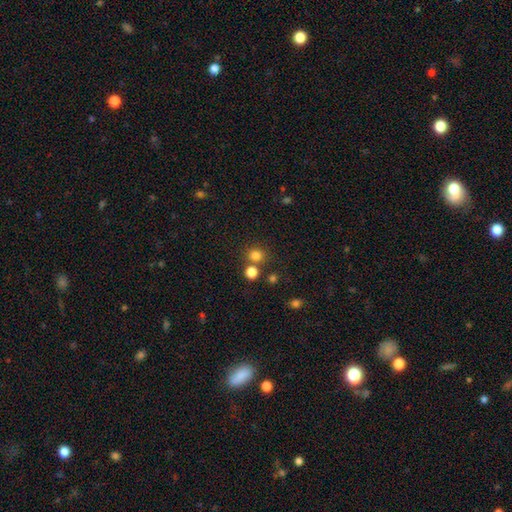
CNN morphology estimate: Smooth or featured: smooth — 79% (star or artifact — 16%)
How rounded: round — 86% (in between — 13%)
Merging: none — 72% (merger — 18%)